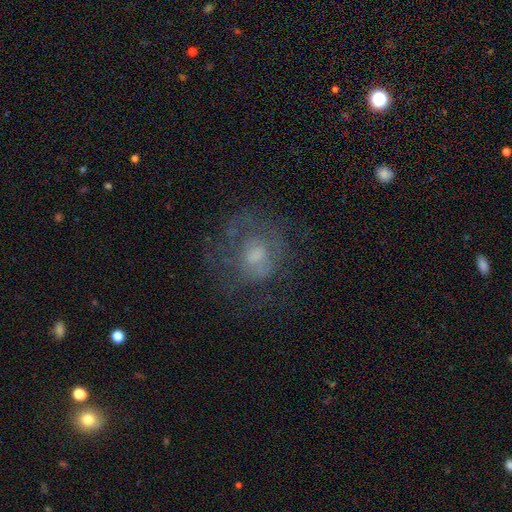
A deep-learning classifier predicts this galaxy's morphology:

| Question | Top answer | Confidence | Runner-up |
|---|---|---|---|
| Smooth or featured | featured or disk | 52% | smooth (34%) |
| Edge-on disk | no | 96% | yes (4%) |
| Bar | no | 77% | weak (20%) |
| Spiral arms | no | 61% | yes (39%) |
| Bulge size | moderate | 48% | small (28%) |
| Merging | none | 57% | major disturbance (24%) |